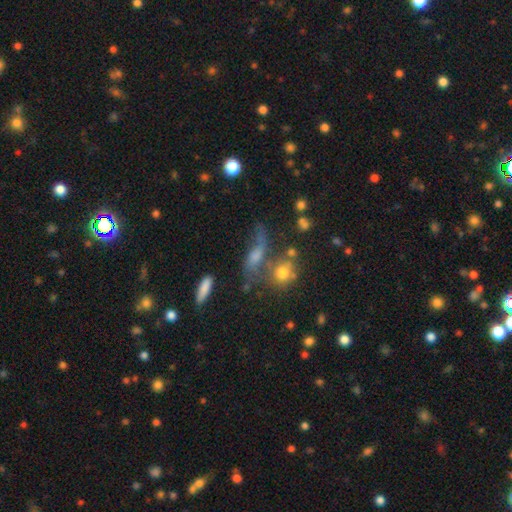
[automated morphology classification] smooth 44%, featured or disk 35%, star or artifact 21%. Down the decision tree: merging — none (39%).